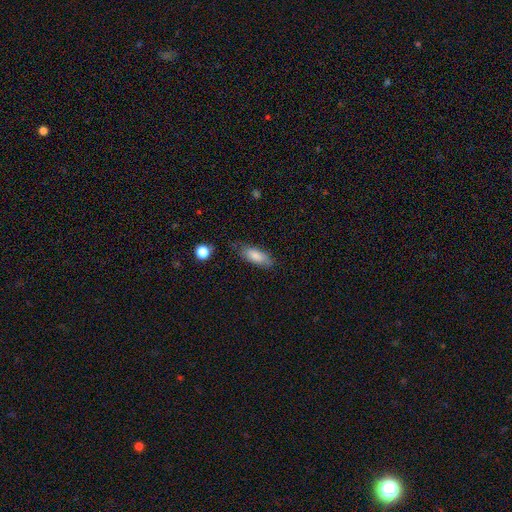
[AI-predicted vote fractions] smooth-or-featured: smooth: 82% | featured or disk: 11% | star or artifact: 7%
  how-rounded: in between: 74% | cigar-shaped: 24% | round: 2%
  merging: none: 70% | minor disturbance: 22% | major disturbance: 5% | merger: 2%